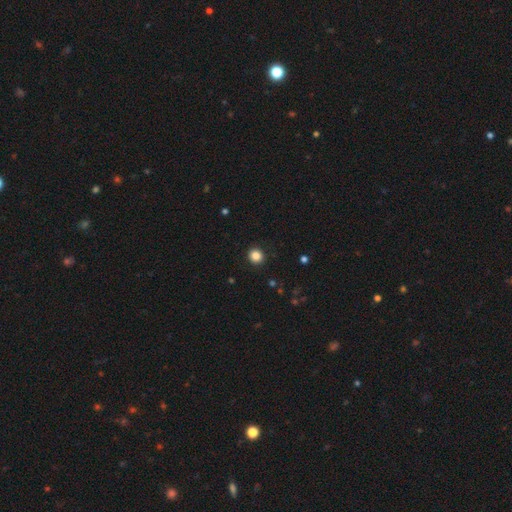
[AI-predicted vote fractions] A smooth galaxy with no disk features (85%) that is round (89%). Merging: none (92%).